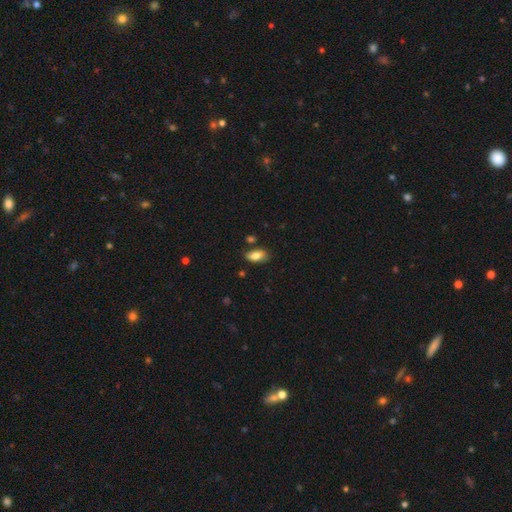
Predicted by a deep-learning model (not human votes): Smooth or featured? Predicted: smooth (p=0.81). How rounded? Predicted: in between (p=0.91). Merging? Predicted: none (p=0.67).